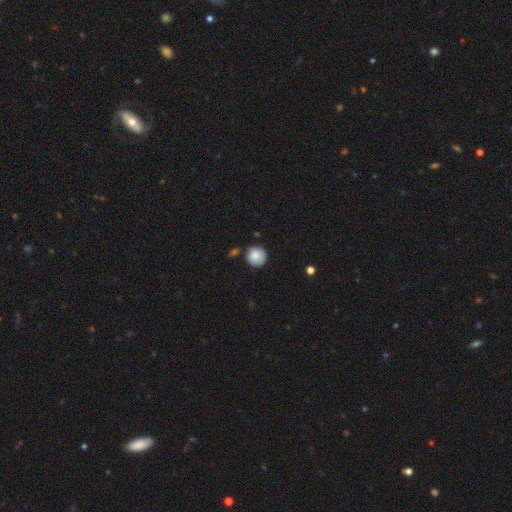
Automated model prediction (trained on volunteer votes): A smooth galaxy with no disk features (85%) that is round (93%).

Vote fractions:
- Smooth or featured? smooth: 85% / star or artifact: 8% / featured or disk: 7%
- How rounded? round: 93% / in between: 6% / cigar-shaped: 1%
- Merging? none: 77% / minor disturbance: 14% / merger: 6% / major disturbance: 3%